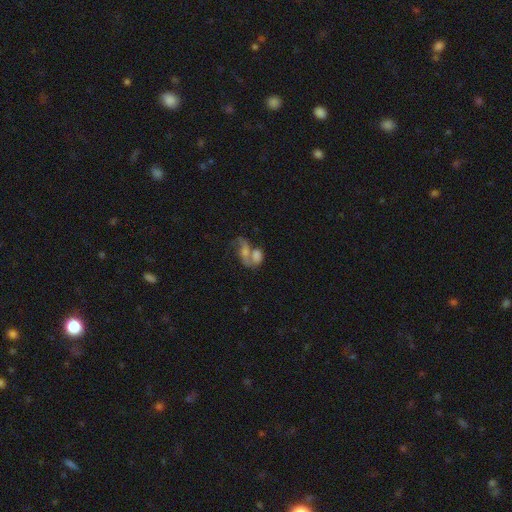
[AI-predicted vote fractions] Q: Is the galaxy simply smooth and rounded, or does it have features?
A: smooth — 45%.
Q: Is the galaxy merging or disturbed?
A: merger — 59%.